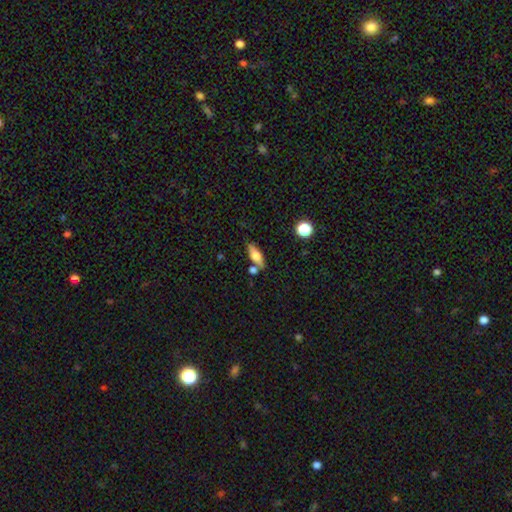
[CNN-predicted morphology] Smooth or featured? smooth (60%)
How rounded? in between (64%)
Merging? none (72%)